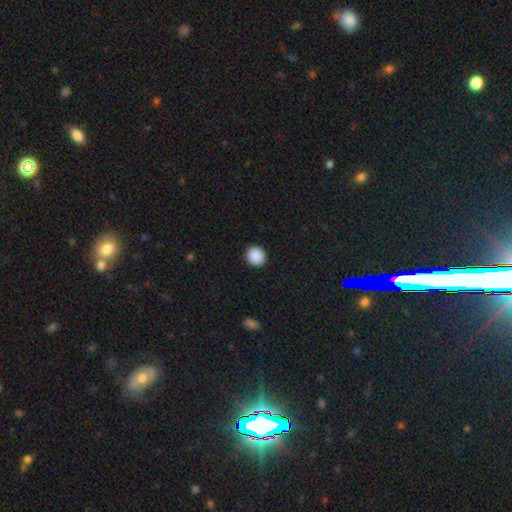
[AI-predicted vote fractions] smooth-or-featured: smooth: 90% | star or artifact: 8% | featured or disk: 2%
  how-rounded: round: 91% | in between: 8% | cigar-shaped: 1%
  merging: none: 93% | minor disturbance: 5% | major disturbance: 2% | merger: 1%